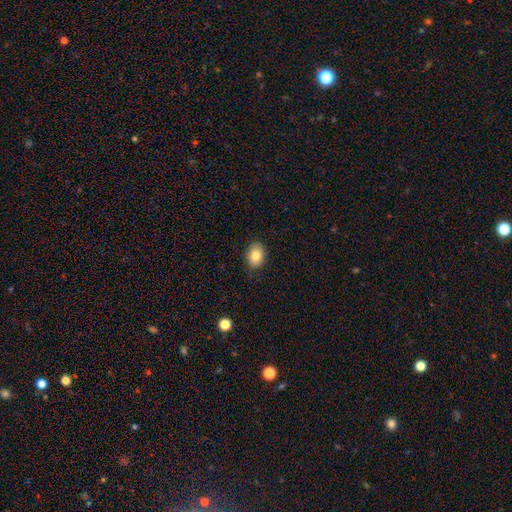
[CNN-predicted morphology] smooth_or_featured: smooth (p=0.83) [alt: featured or disk p=0.08]
how_rounded: in between (p=0.68) [alt: round p=0.31]
merging: none (p=0.88) [alt: minor disturbance p=0.09]